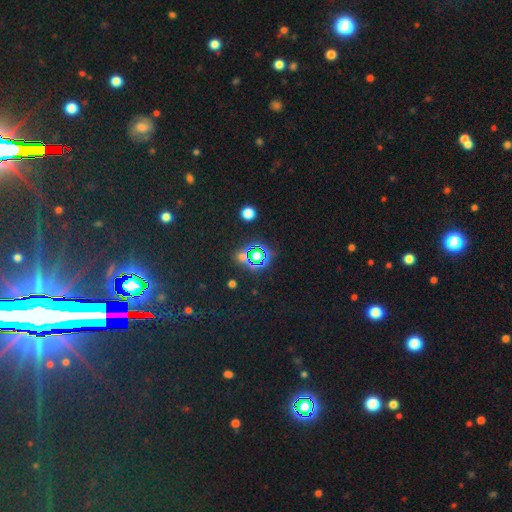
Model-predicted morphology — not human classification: A star or artifact, not a galaxy (64%).